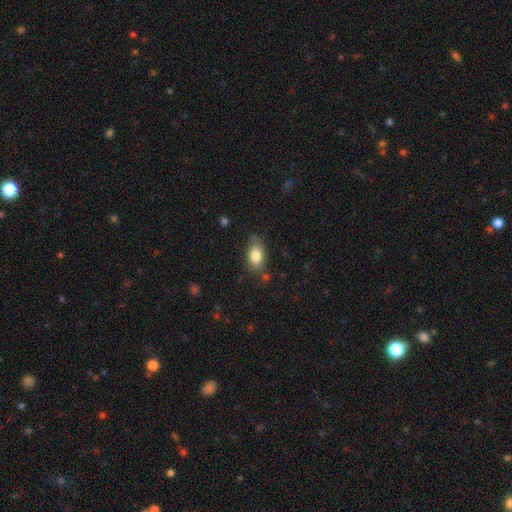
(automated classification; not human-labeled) The model was most divided on "merging": none: 74%, minor disturbance: 20%, major disturbance: 4%, merger: 3%. More confident: how rounded — in between (86%); smooth or featured — smooth (81%).